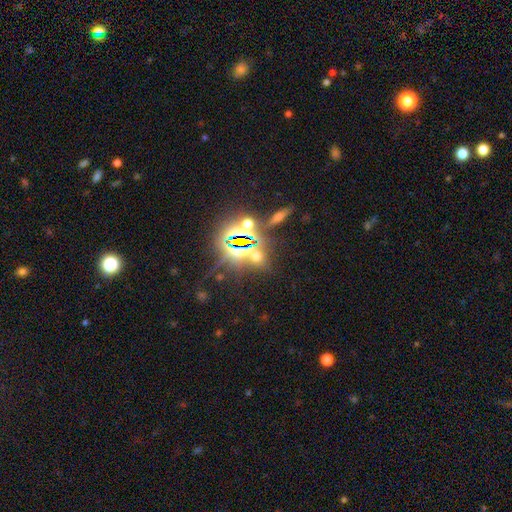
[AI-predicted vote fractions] Overall: star or artifact (57%; smooth 33%).